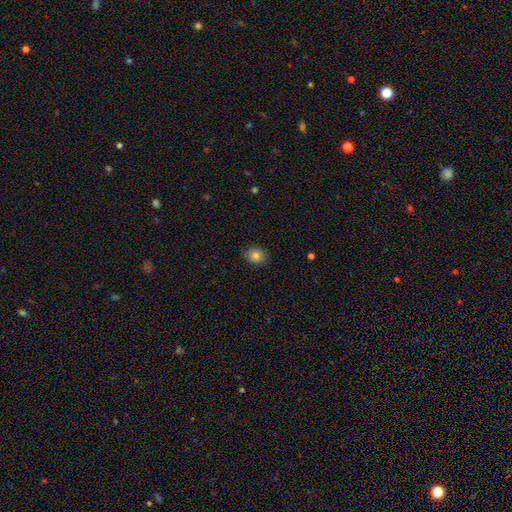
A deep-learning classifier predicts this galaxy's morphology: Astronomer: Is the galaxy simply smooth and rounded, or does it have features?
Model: smooth — 82%.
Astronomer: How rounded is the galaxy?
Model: round — 53% (runner-up: in between, 46%).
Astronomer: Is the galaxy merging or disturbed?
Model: none — 87%.